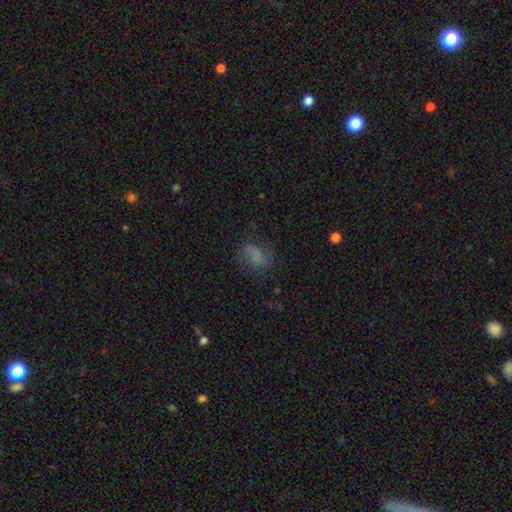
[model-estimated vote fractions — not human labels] The model was most divided on "how rounded": in between: 63%, round: 34%, cigar-shaped: 3%. More confident: merging — none (63%); smooth or featured — smooth (59%).